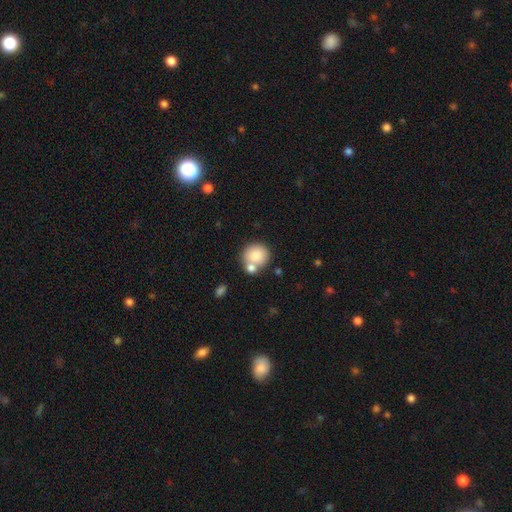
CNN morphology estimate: smooth-or-featured: smooth: 81% | featured or disk: 10% | star or artifact: 8%
  how-rounded: round: 87% | in between: 12% | cigar-shaped: 1%
  merging: none: 58% | merger: 28% | minor disturbance: 10% | major disturbance: 3%